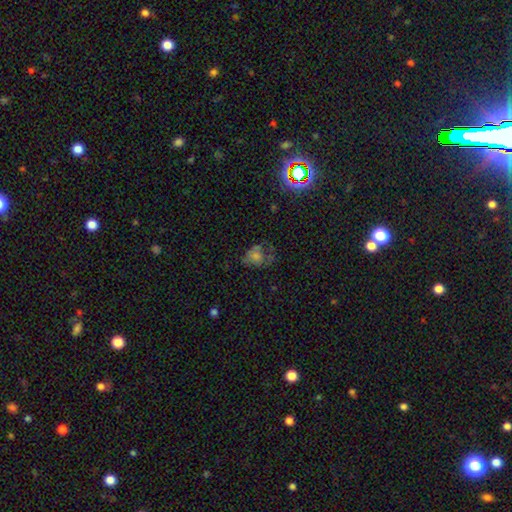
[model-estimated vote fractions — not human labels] A smooth galaxy with no disk features (46%).

Vote fractions:
- Smooth or featured? smooth: 46% / featured or disk: 29% / star or artifact: 25%
- Merging? none: 44% / major disturbance: 27% / minor disturbance: 25% / merger: 3%